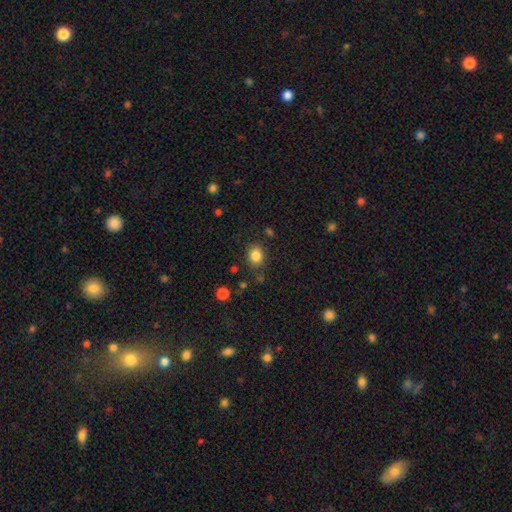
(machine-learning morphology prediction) Smooth or featured?
  - smooth: 84% *
  - star or artifact: 11%
  - featured or disk: 5%
How rounded?
  - round: 68% *
  - in between: 31%
  - cigar-shaped: 1%
Merging?
  - none: 84% *
  - minor disturbance: 10%
  - major disturbance: 3%
  - merger: 3%